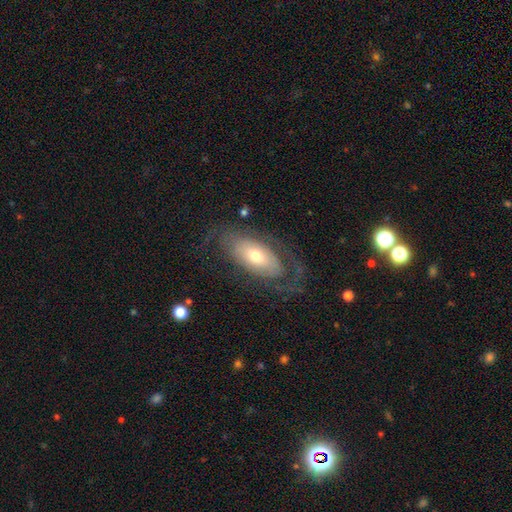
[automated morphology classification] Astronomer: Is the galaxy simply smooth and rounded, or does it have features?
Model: featured or disk — 62%.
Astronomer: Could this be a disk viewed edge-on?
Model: no — 88%.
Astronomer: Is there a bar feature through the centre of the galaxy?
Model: no — 76%.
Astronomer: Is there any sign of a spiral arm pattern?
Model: yes — 65%.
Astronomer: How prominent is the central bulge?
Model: moderate — 58%.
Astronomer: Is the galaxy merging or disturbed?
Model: none — 62%.